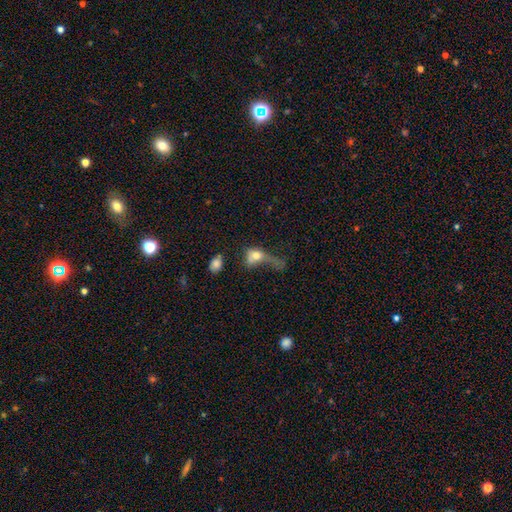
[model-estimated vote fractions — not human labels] This appears to be a smooth galaxy with no disk features (66%) that is in between round and cigar-shaped (55%). Merging: major disturbance (56%).